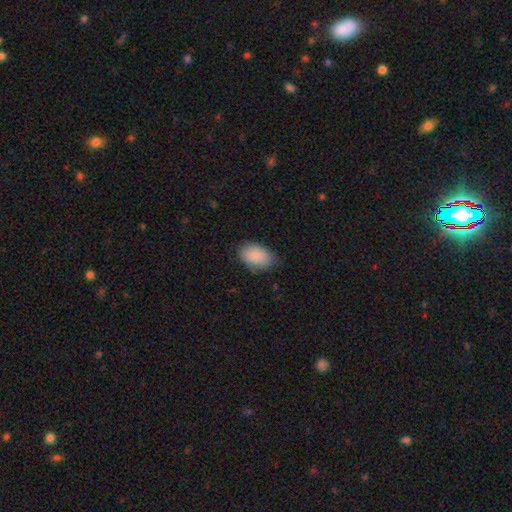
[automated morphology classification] The model was most divided on "merging": none: 75%, minor disturbance: 20%, major disturbance: 4%, merger: 1%. More confident: how rounded — in between (91%); smooth or featured — smooth (89%).